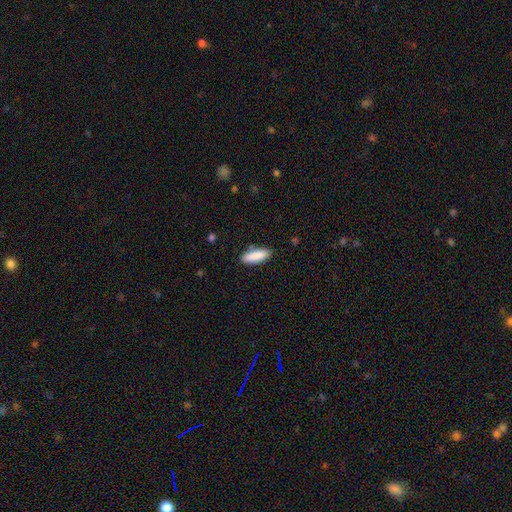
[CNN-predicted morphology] Smooth or featured? smooth (89%)
How rounded? in between (60%)
Merging? none (84%)